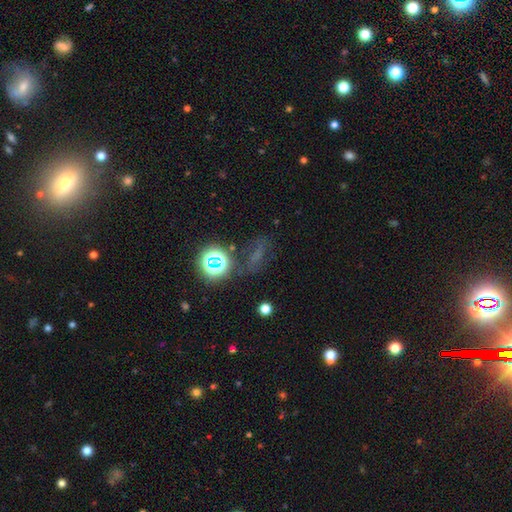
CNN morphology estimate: Smooth or featured? Predicted: star or artifact (p=0.48).